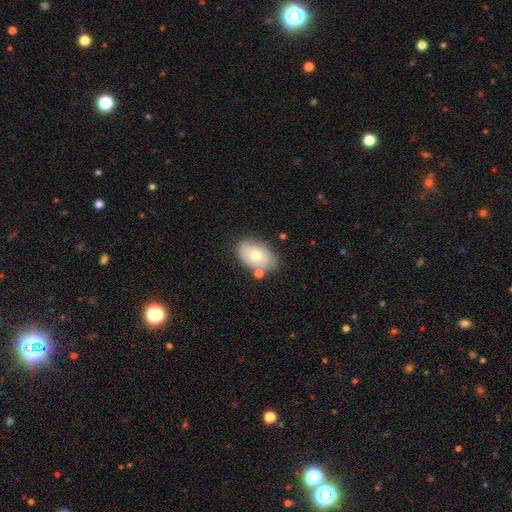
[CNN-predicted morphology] Smooth or featured? smooth (70%)
How rounded? in between (88%)
Merging? none (71%)